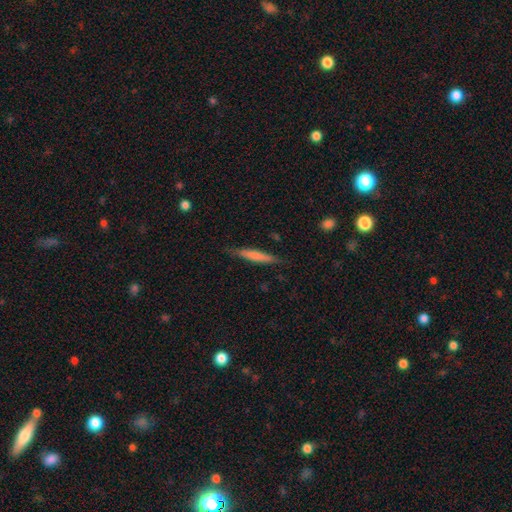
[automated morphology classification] Smooth or featured: smooth — 66% (featured or disk — 28%)
How rounded: cigar-shaped — 93% (in between — 5%)
Merging: none — 83% (minor disturbance — 13%)